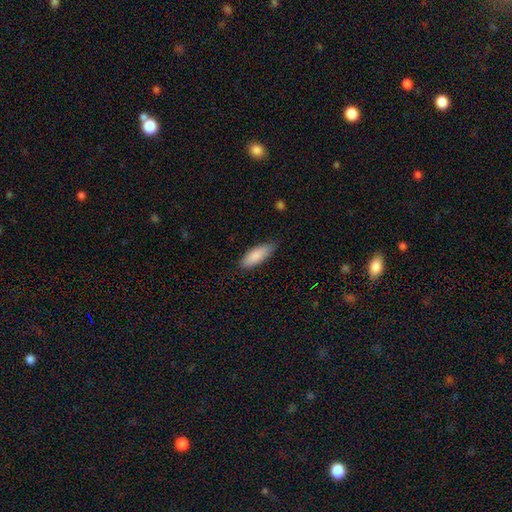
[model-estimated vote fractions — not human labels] Overall: smooth (87%). How rounded: in between (65%; cigar-shaped 33%). Merging: none (78%).